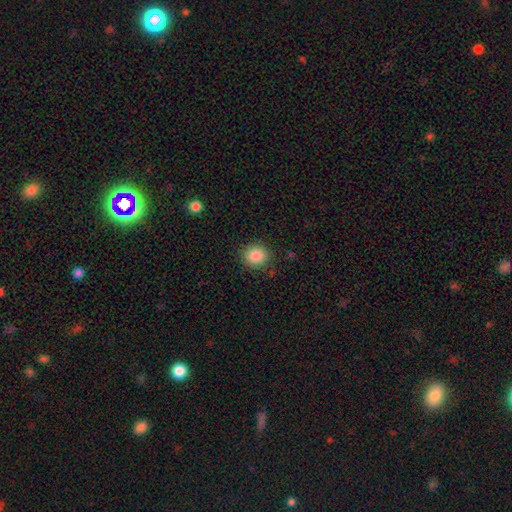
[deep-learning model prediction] A smooth galaxy with no disk features (87%) that is round (81%).

Vote fractions:
- Smooth or featured? smooth: 87% / star or artifact: 9% / featured or disk: 4%
- How rounded? round: 81% / in between: 18% / cigar-shaped: 1%
- Merging? none: 87% / minor disturbance: 9% / major disturbance: 3% / merger: 1%